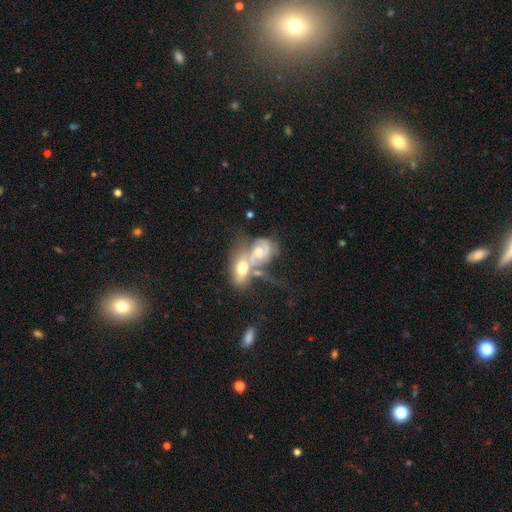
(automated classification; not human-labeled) Smooth or featured? Predicted: featured or disk (p=0.57). Edge-on disk? Predicted: no (p=0.91). Bar? Predicted: no (p=0.76). Spiral arms? Predicted: yes (p=0.57). Bulge size? Predicted: moderate (p=0.61). Merging? Predicted: merger (p=0.75).